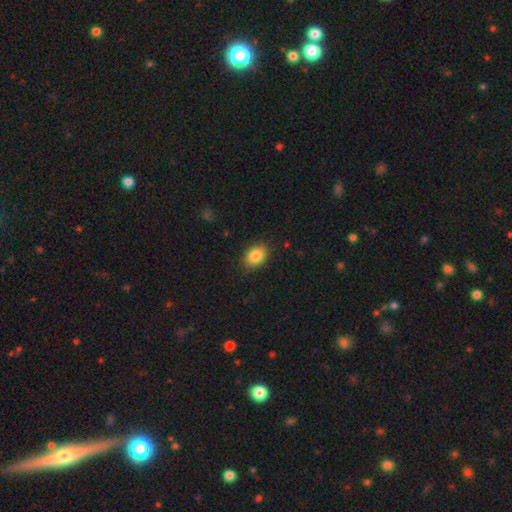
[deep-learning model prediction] A smooth galaxy with no disk features (86%) that is in between round and cigar-shaped (76%).

Vote fractions:
- Smooth or featured? smooth: 86% / star or artifact: 8% / featured or disk: 6%
- How rounded? in between: 76% / round: 23% / cigar-shaped: 1%
- Merging? none: 87% / minor disturbance: 10% / major disturbance: 2% / merger: 1%